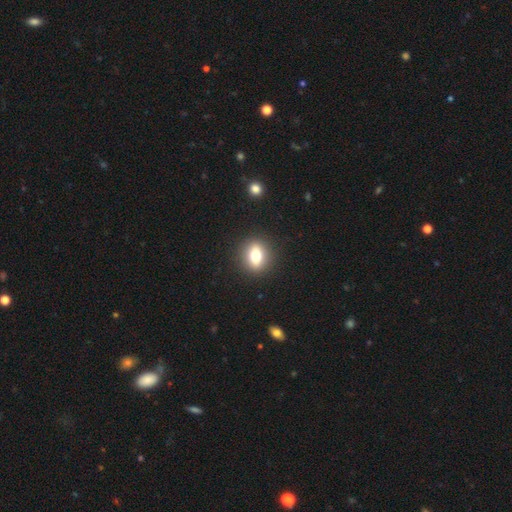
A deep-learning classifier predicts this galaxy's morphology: smooth 67%, featured or disk 23%, star or artifact 10%. Down the decision tree: how rounded — round (48%); merging — none (90%).